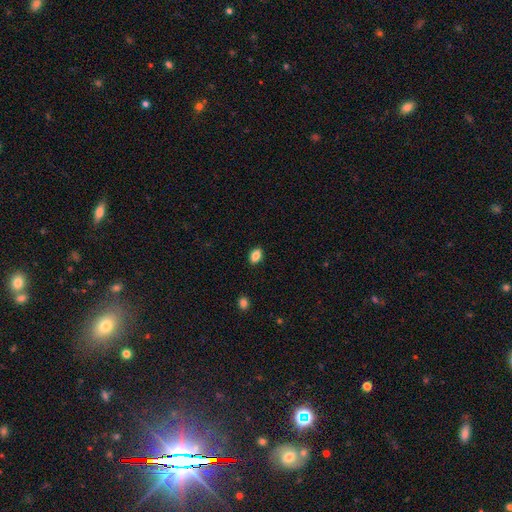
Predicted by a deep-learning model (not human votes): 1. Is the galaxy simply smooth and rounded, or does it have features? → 85% smooth, 9% star or artifact, 6% featured or disk.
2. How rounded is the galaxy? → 86% in between, 11% round, 3% cigar-shaped.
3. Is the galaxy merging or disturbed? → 88% none, 8% minor disturbance, 2% major disturbance, 1% merger.